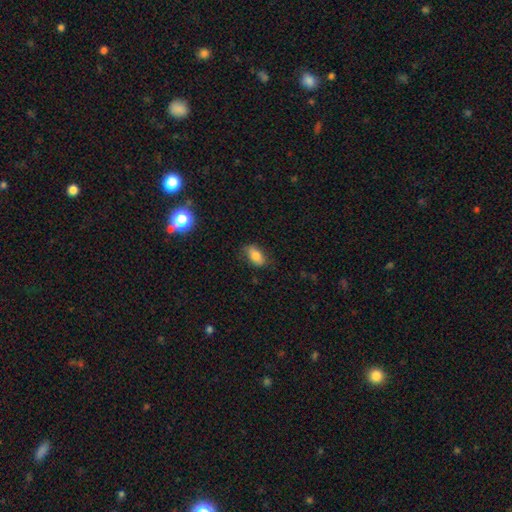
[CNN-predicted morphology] This is likely a smooth galaxy (78%). How rounded: clearly in between (89%). Merging: likely none (74%).